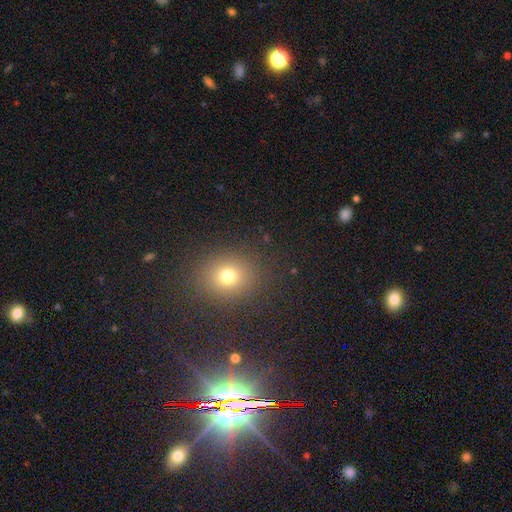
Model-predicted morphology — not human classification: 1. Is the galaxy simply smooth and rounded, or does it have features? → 55% smooth, 34% star or artifact, 11% featured or disk.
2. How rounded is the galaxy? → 71% round, 28% in between, 1% cigar-shaped.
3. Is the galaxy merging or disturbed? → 89% none, 6% minor disturbance, 3% major disturbance, 2% merger.